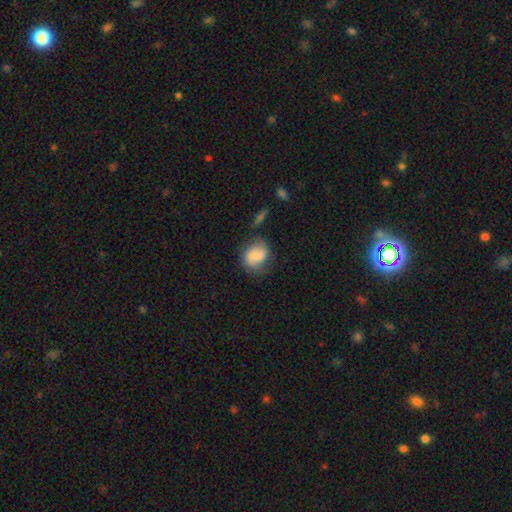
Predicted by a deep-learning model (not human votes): smooth-or-featured: smooth: 75% | featured or disk: 17% | star or artifact: 8%
  how-rounded: round: 56% | in between: 43% | cigar-shaped: 1%
  merging: none: 63% | minor disturbance: 24% | major disturbance: 9% | merger: 5%